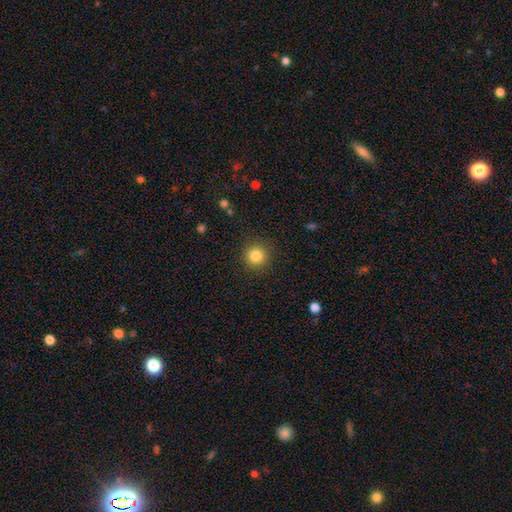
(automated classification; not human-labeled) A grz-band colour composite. It shows a smooth galaxy with no disk features (84%) that is round (94%). Merging: none (90%).